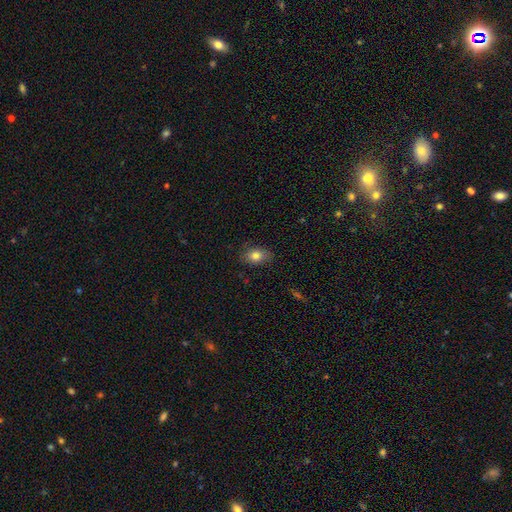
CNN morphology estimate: Smooth or featured? smooth (81%)
How rounded? in between (83%)
Merging? none (82%)